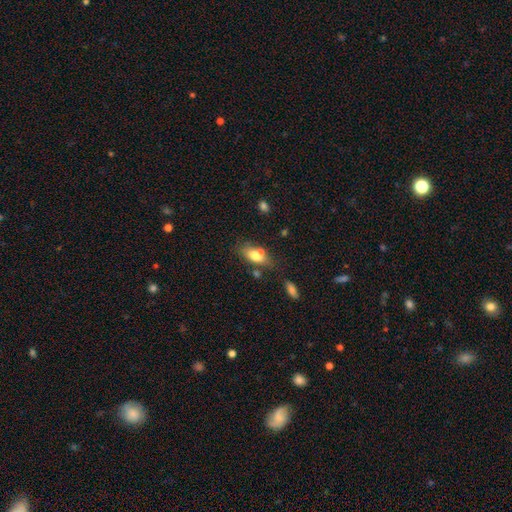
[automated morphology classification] smooth 71%, featured or disk 20%, star or artifact 9%. Down the decision tree: how rounded — in between (82%); merging — none (55%).